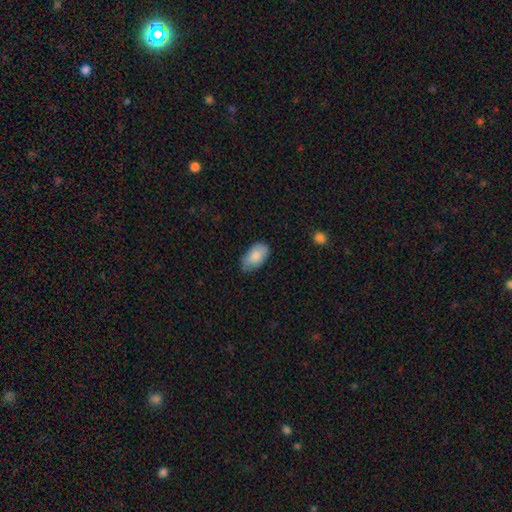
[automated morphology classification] A smooth galaxy with no disk features (83%) that is in between round and cigar-shaped (95%).

Vote fractions:
- Smooth or featured? smooth: 83% / featured or disk: 11% / star or artifact: 6%
- How rounded? in between: 95% / round: 4% / cigar-shaped: 2%
- Merging? none: 74% / minor disturbance: 21% / major disturbance: 3% / merger: 1%